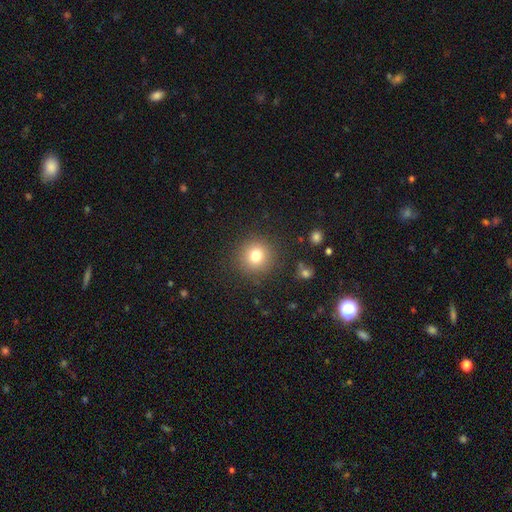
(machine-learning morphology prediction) smooth-or-featured: smooth: 78% | star or artifact: 13% | featured or disk: 9%
  how-rounded: round: 92% | in between: 7% | cigar-shaped: 1%
  merging: none: 88% | minor disturbance: 7% | major disturbance: 3% | merger: 1%